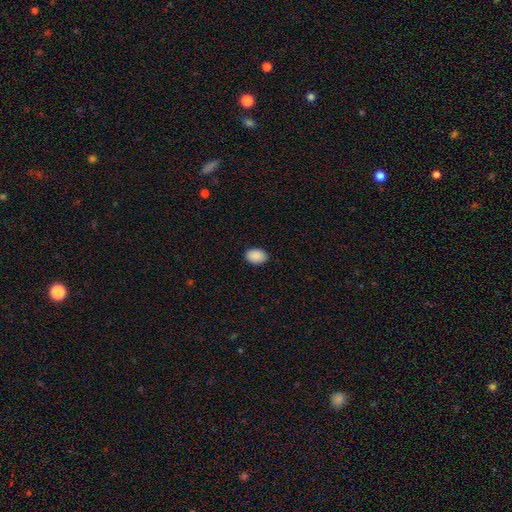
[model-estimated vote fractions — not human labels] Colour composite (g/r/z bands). It shows a smooth galaxy with no disk features (90%) that is in between round and cigar-shaped (78%). Merging: none (88%).